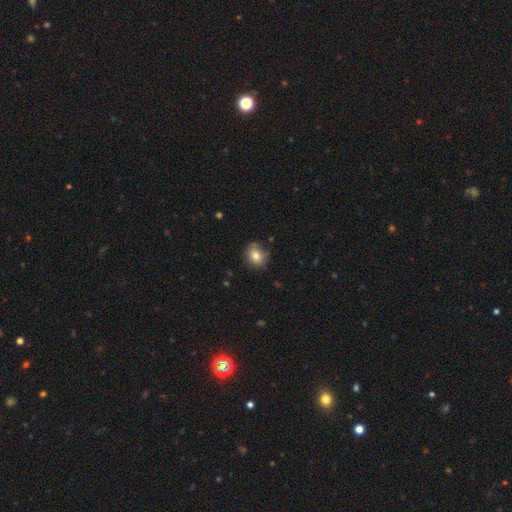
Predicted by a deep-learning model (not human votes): This is likely a smooth galaxy (78%). How rounded: likely round (73%). Merging: likely none (71%).